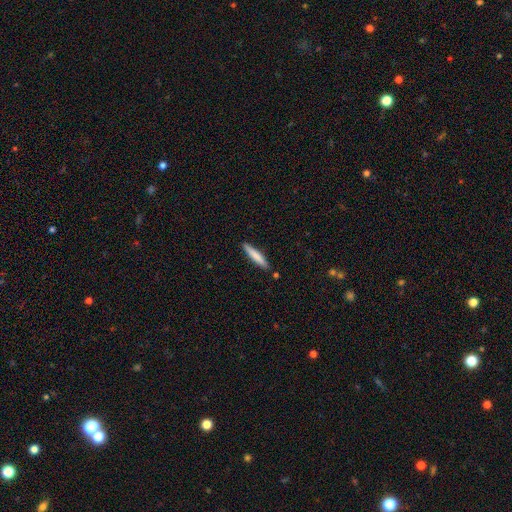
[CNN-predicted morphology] Smooth or featured: smooth — 78% (featured or disk — 17%)
How rounded: cigar-shaped — 91% (in between — 8%)
Merging: none — 88% (minor disturbance — 8%)